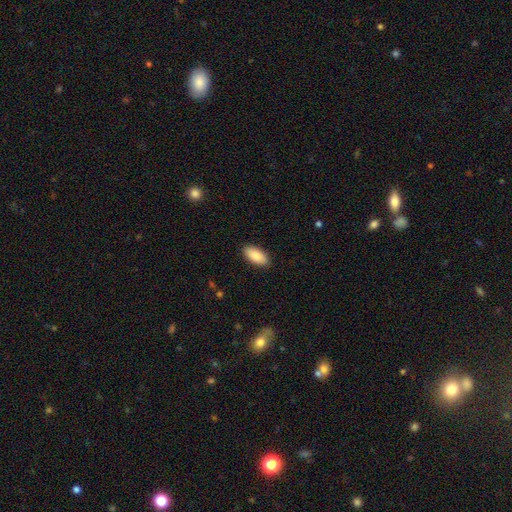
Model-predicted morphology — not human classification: A smooth galaxy with no disk features (89%) that is in between round and cigar-shaped (92%). Merging: none (89%).